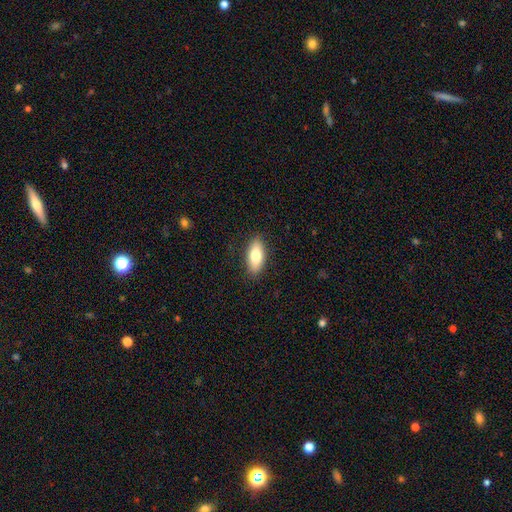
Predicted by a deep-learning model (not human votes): This is likely a smooth galaxy (78%). How rounded: clearly in between (83%). Merging: clearly none (88%).